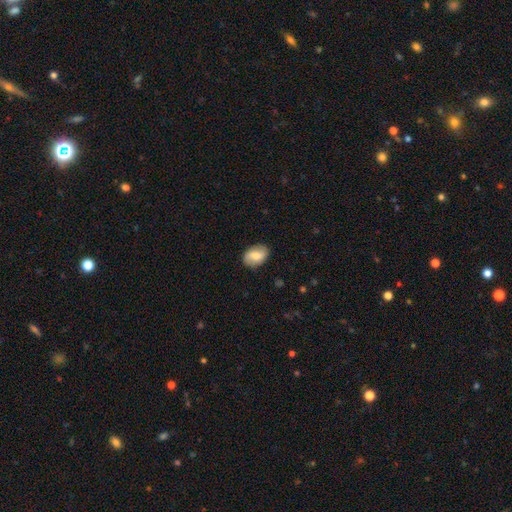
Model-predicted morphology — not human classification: smooth-or-featured: smooth: 63% | featured or disk: 29% | star or artifact: 7%
  how-rounded: in between: 83% | round: 16% | cigar-shaped: 2%
  merging: none: 84% | minor disturbance: 12% | major disturbance: 3% | merger: 1%